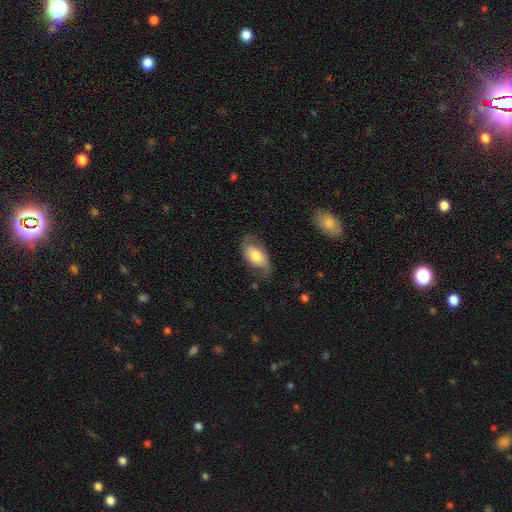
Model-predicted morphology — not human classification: Smooth or featured?
  - smooth: 57% *
  - featured or disk: 37%
  - star or artifact: 7%
How rounded?
  - in between: 92% *
  - round: 6%
  - cigar-shaped: 2%
Merging?
  - none: 59% *
  - minor disturbance: 26%
  - major disturbance: 13%
  - merger: 2%